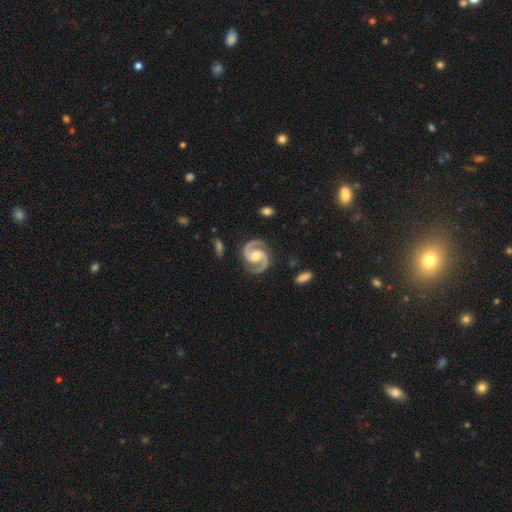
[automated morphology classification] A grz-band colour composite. It shows a featured or disk galaxy (94%) with no bar (48%), 2 (95%) medium (62%) spiral arms (99%) and a moderate central bulge (58%). Merging: none (84%).